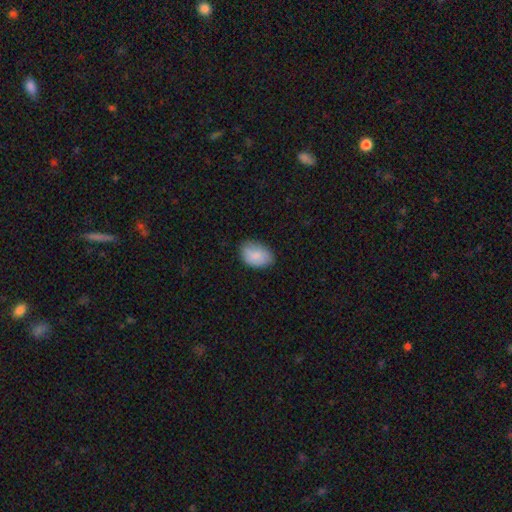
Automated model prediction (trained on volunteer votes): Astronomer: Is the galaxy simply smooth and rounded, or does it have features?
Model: smooth — 84%.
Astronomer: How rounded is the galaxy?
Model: in between — 85%.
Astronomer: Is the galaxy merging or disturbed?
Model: none — 73%.